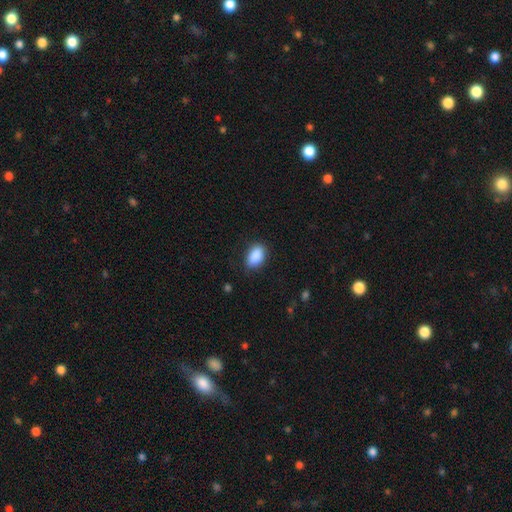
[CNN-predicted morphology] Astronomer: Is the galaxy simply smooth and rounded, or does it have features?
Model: smooth — 89%.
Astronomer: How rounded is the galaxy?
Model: in between — 91%.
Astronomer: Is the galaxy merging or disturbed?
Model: none — 82%.